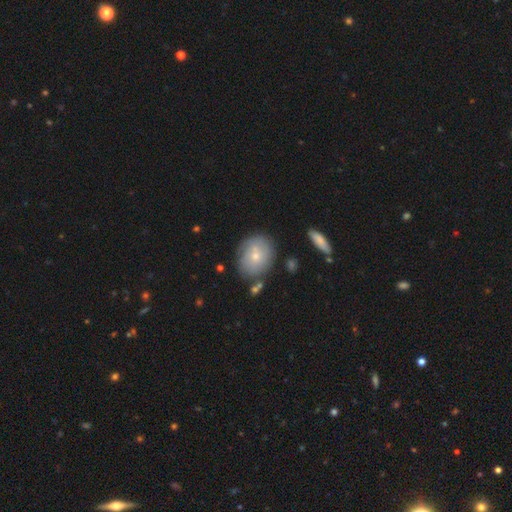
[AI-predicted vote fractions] Q: Smooth or featured?
A: smooth (61%); runner-up: featured or disk (32%)
Q: How rounded?
A: round (56%); runner-up: in between (43%)
Q: Merging?
A: none (71%); runner-up: minor disturbance (18%)